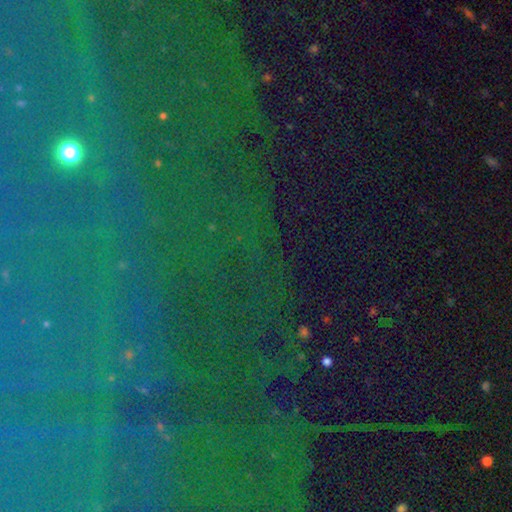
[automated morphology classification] Overall: star or artifact (82%).